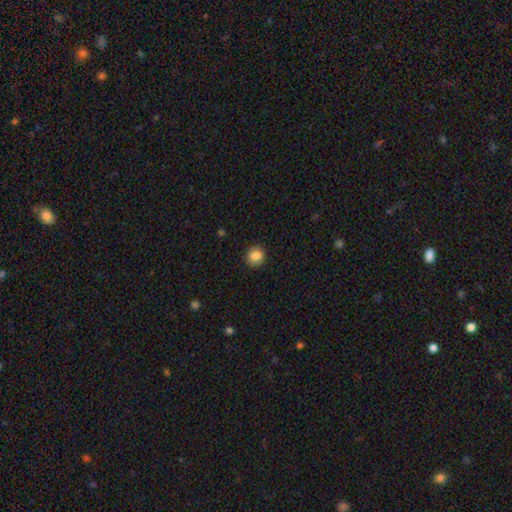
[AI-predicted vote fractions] Overall: smooth (86%). How rounded: round (90%). Merging: none (91%).